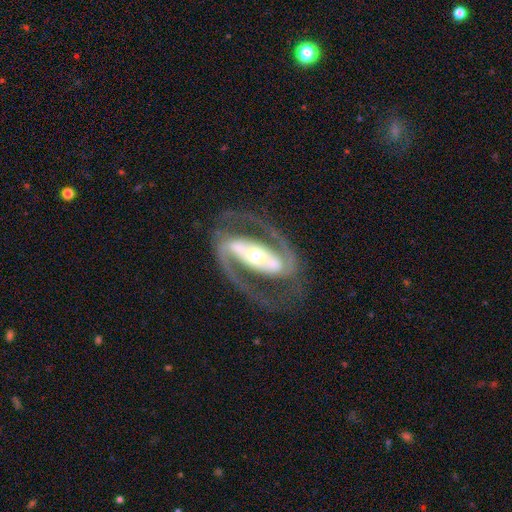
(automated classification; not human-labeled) smooth-or-featured: featured or disk: 93% | smooth: 4% | star or artifact: 3%
  disk-edge-on: no: 96% | yes: 4%
    bar: strong: 71% | weak: 17% | no: 12%
    has-spiral-arms: yes: 96% | no: 4%
      spiral-winding: medium: 60% | loose: 20% | tight: 20%
      spiral-arm-count: 2: 93% | 1: 2% | can't tell: 2% | 3: 1% | 4: 1% | more than 4: 1%
    bulge-size: moderate: 65% | small: 20% | large: 12% | dominant: 2% | none: 1%
  merging: none: 76% | minor disturbance: 11% | major disturbance: 11% | merger: 2%